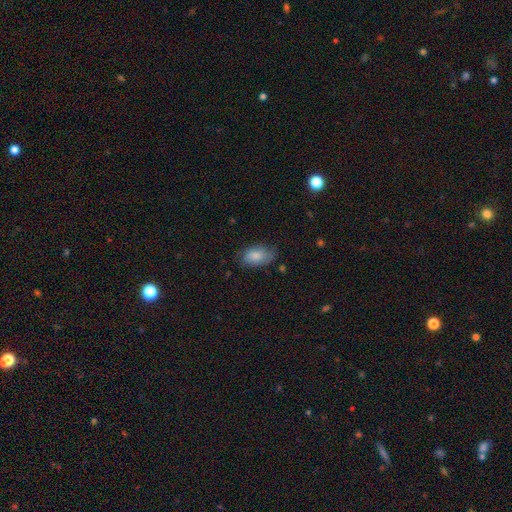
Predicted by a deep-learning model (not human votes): smooth-or-featured: smooth: 79% | featured or disk: 14% | star or artifact: 7%
  how-rounded: in between: 91% | round: 8% | cigar-shaped: 2%
  merging: none: 63% | minor disturbance: 28% | major disturbance: 7% | merger: 2%